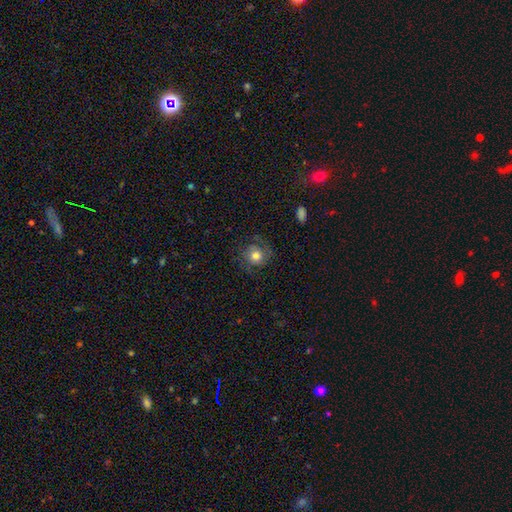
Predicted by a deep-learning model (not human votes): Smooth or featured: smooth — 59% (featured or disk — 31%)
How rounded: round — 87% (in between — 12%)
Merging: none — 71% (minor disturbance — 17%)